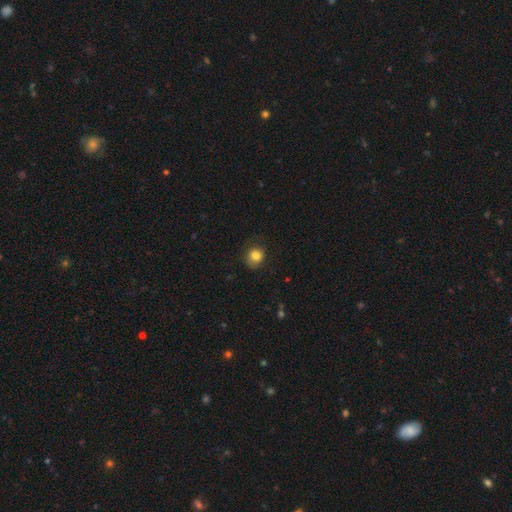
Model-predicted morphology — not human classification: type=smooth (83%); roundness=round (76%); merging=none (73%).